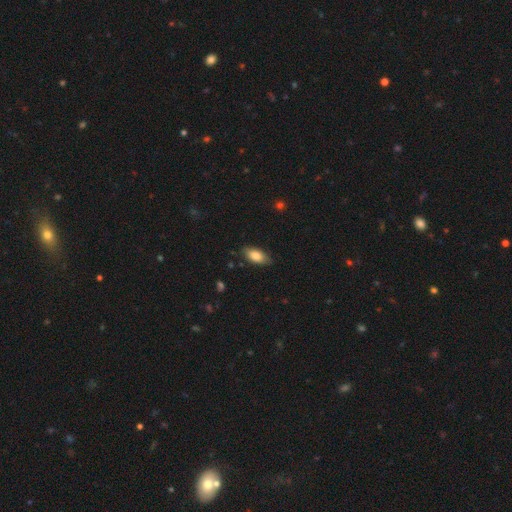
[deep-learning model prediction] smooth 82%, featured or disk 11%, star or artifact 7%. Down the decision tree: how rounded — in between (90%); merging — none (82%).